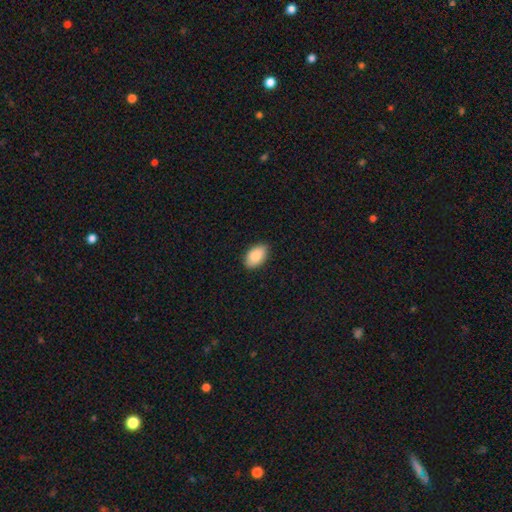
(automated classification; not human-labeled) The model was most divided on "merging": none: 87%, minor disturbance: 10%, major disturbance: 2%, merger: 1%. More confident: how rounded — in between (94%); smooth or featured — smooth (88%).